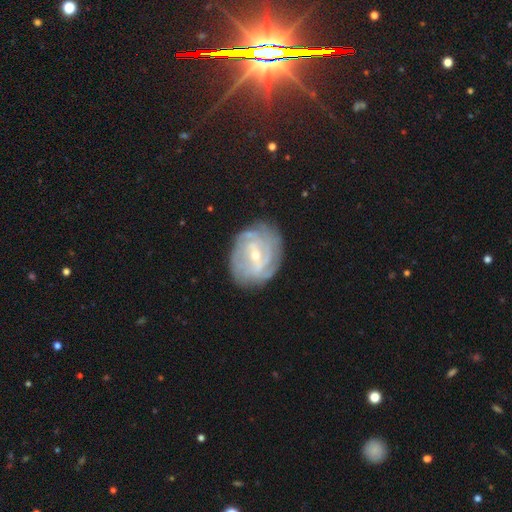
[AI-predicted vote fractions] This is clearly a featured or disk galaxy (83%). It is clearly not viewed edge-on (97%). Bar: possibly weak (50%). Spiral arm pattern: clearly yes (92%). Spiral arm count: marginally can't tell (38%). Spiral winding: likely tight (65%). Central bulge: likely small (65%). Merging: likely none (77%).